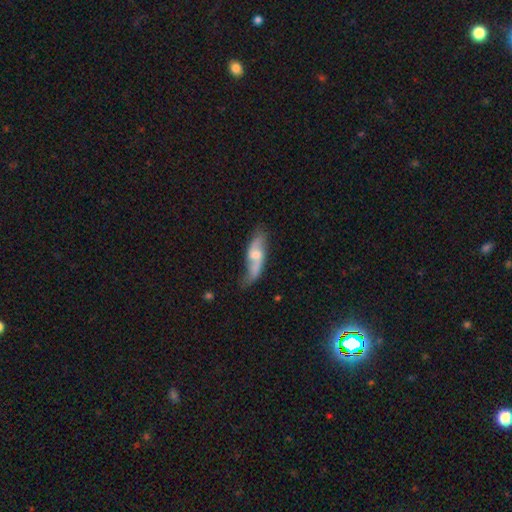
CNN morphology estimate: This appears to be a featured or disk galaxy (63%) with a weak bar (44%), spiral arms (86%) and a moderate central bulge (44%). Merging: none (57%).